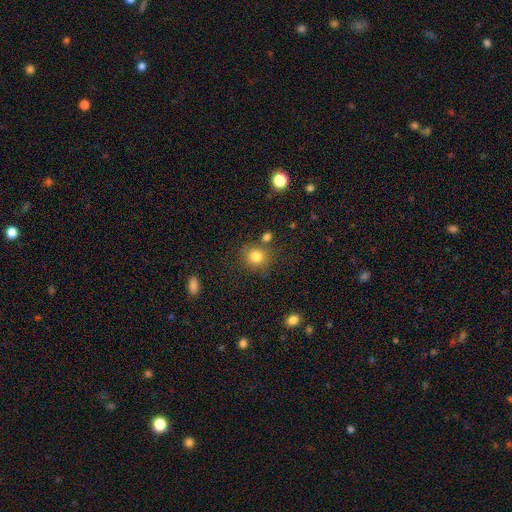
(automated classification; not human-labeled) This appears to be a smooth galaxy with no disk features (81%) that is round (82%). Merging: none (76%).